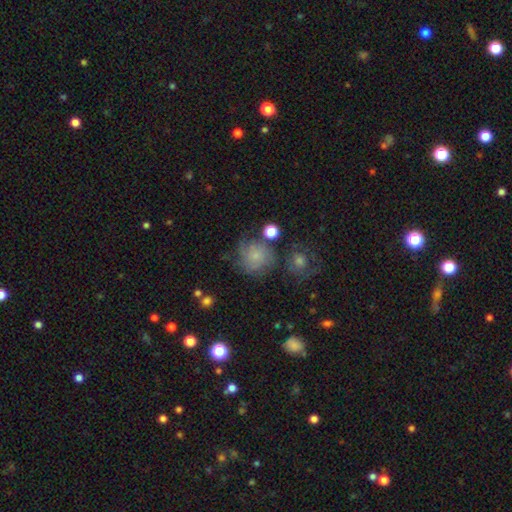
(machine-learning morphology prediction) Smooth or featured? Predicted: smooth (p=0.57). How rounded? Predicted: round (p=0.85). Merging? Predicted: none (p=0.55).